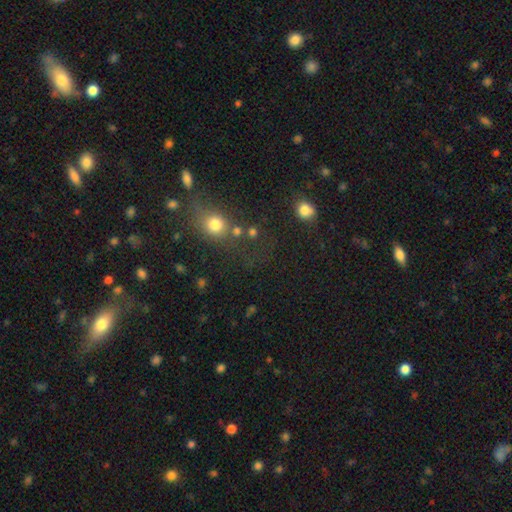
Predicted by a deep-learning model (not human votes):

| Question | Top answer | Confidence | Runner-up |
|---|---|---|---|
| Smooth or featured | smooth | 51% | star or artifact (40%) |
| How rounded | round | 78% | in between (19%) |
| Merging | none | 63% | merger (17%) |